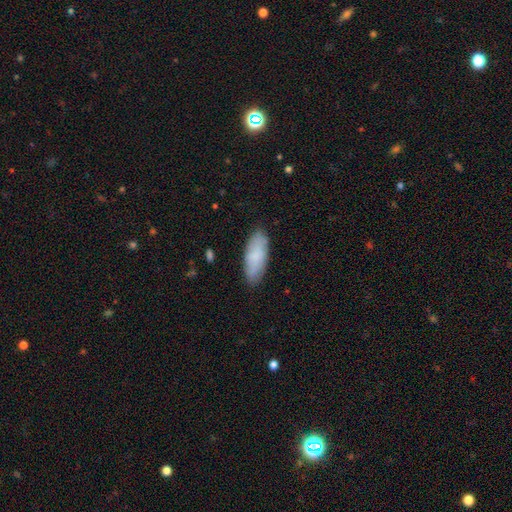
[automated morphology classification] Smooth or featured: smooth — 81% (featured or disk — 13%)
How rounded: in between — 76% (cigar-shaped — 22%)
Merging: none — 84% (minor disturbance — 13%)